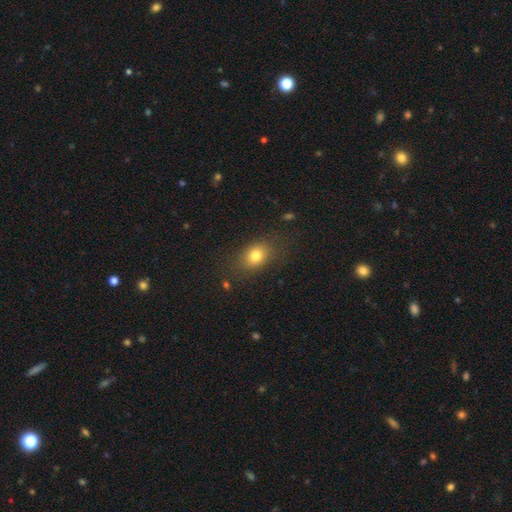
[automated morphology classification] Smooth or featured? Predicted: smooth (p=0.79). How rounded? Predicted: in between (p=0.65). Merging? Predicted: none (p=0.80).